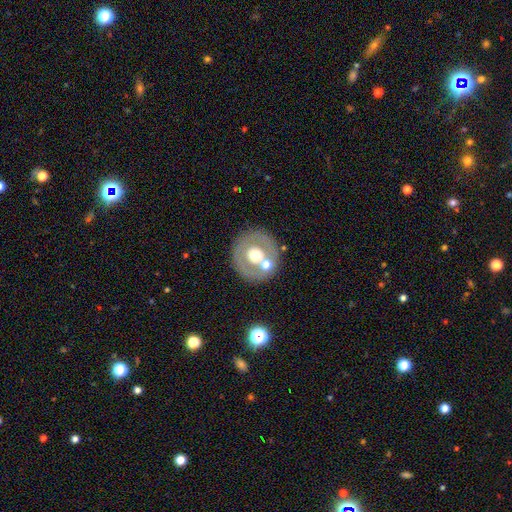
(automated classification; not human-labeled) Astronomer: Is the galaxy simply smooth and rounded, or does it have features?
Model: featured or disk — 47% (runner-up: smooth, 44%).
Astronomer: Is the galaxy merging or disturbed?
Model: none — 73%.